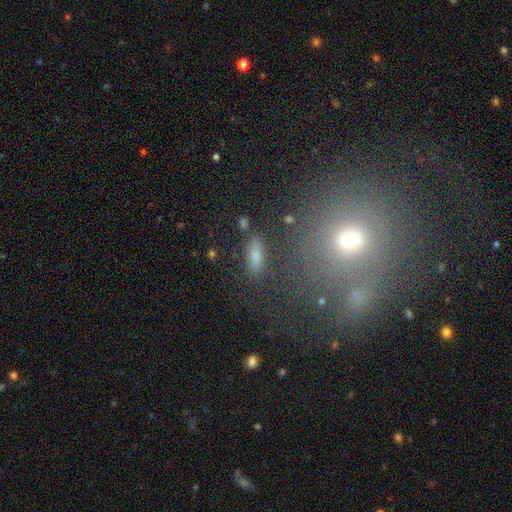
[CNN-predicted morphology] A smooth galaxy with no disk features (79%) that is in between round and cigar-shaped (61%).

Vote fractions:
- Smooth or featured? smooth: 79% / star or artifact: 13% / featured or disk: 8%
- How rounded? in between: 61% / cigar-shaped: 34% / round: 5%
- Merging? none: 83% / minor disturbance: 10% / major disturbance: 4% / merger: 3%